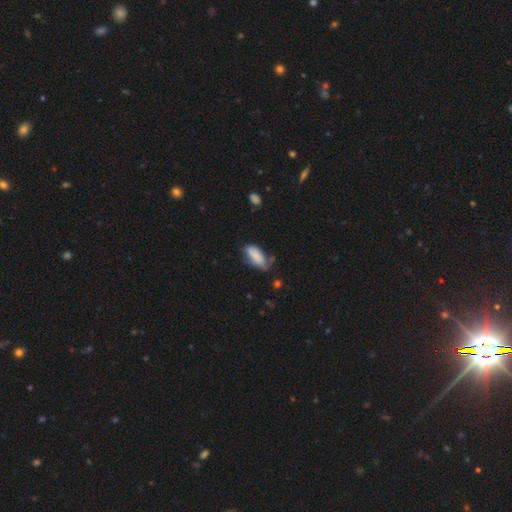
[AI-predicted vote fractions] Smooth or featured?
  - smooth: 80% *
  - featured or disk: 13%
  - star or artifact: 7%
How rounded?
  - in between: 87% *
  - cigar-shaped: 11%
  - round: 2%
Merging?
  - none: 43% *
  - minor disturbance: 36%
  - major disturbance: 15%
  - merger: 6%